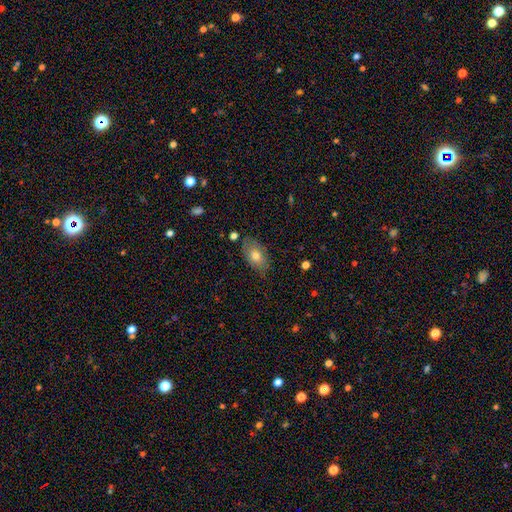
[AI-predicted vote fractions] Q: Smooth or featured?
A: smooth (71%); runner-up: featured or disk (21%)
Q: How rounded?
A: in between (90%); runner-up: round (8%)
Q: Merging?
A: none (76%); runner-up: minor disturbance (19%)